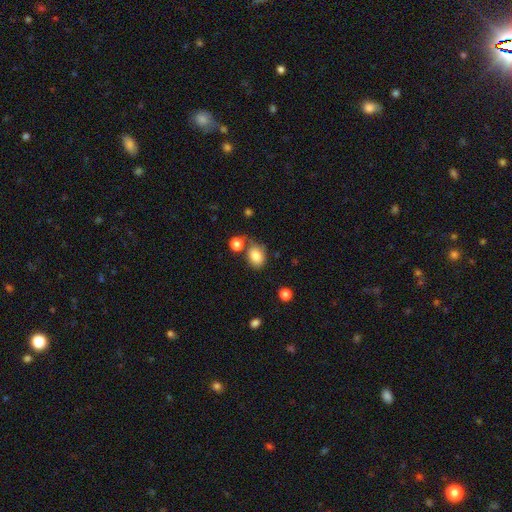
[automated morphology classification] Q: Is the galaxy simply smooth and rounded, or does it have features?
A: smooth — 83%.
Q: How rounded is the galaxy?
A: in between — 65%.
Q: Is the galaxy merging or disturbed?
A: none — 59%.